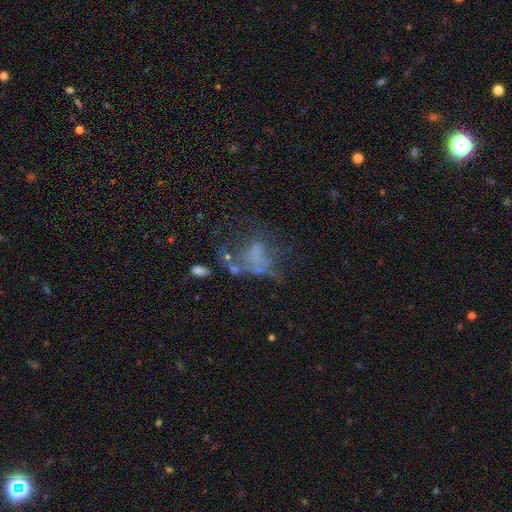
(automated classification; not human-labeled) A featured or disk galaxy (51%).

Vote fractions:
- Smooth or featured? featured or disk: 51% / smooth: 28% / star or artifact: 21%
- Edge-on disk? no: 98% / yes: 2%
- Merging? major disturbance: 42% / none: 30% / minor disturbance: 16% / merger: 12%